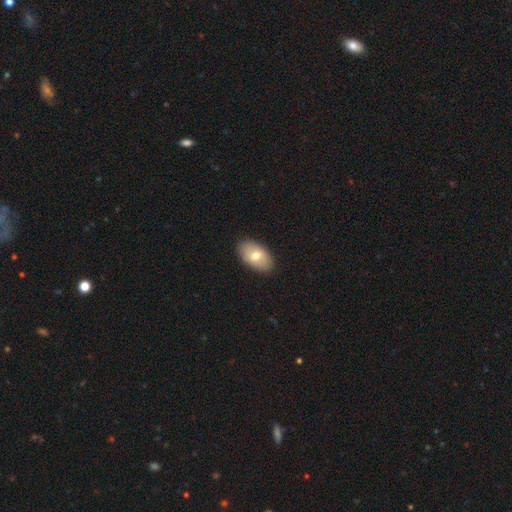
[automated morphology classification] smooth_or_featured: smooth (p=0.73) [alt: featured or disk p=0.21]
how_rounded: in between (p=0.93) [alt: round p=0.05]
merging: none (p=0.88) [alt: minor disturbance p=0.09]